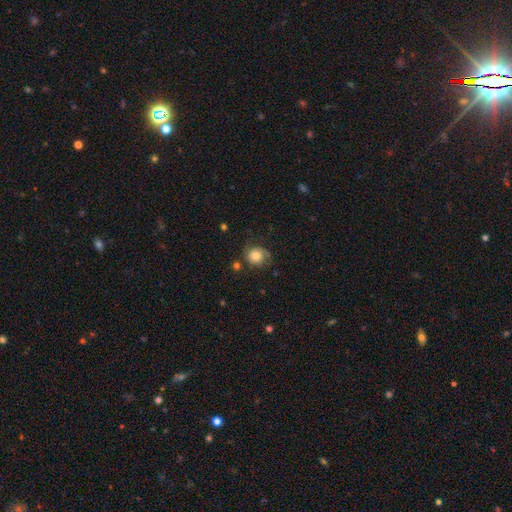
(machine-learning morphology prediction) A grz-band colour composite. It shows a smooth galaxy with no disk features (67%) that is round (81%). Merging: none (61%).